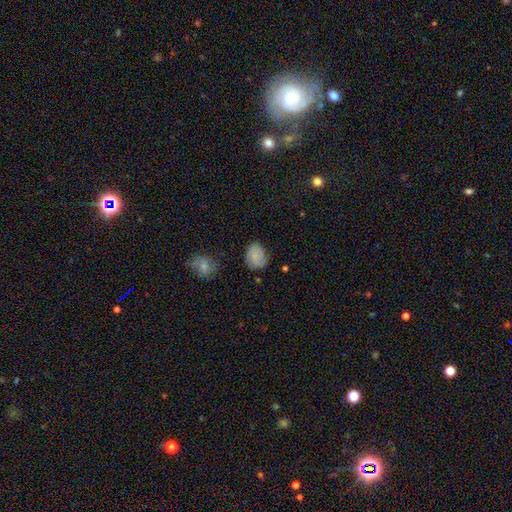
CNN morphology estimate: smooth 73%, featured or disk 19%, star or artifact 9%. Down the decision tree: how rounded — in between (57%); merging — none (71%).